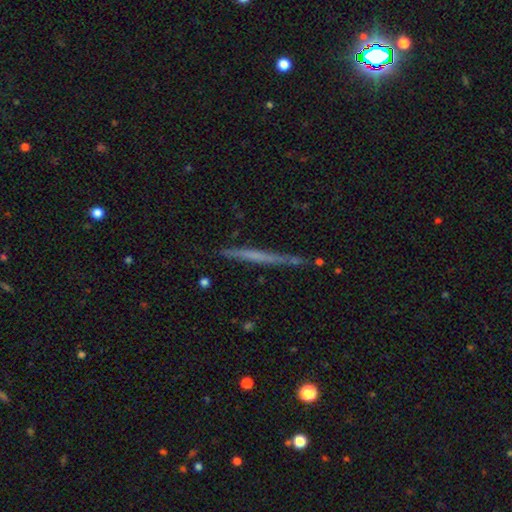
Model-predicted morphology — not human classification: The model was most divided on "smooth or featured": featured or disk: 51%, smooth: 42%, star or artifact: 7%. More confident: edge-on disk — yes (96%); merging — none (83%).